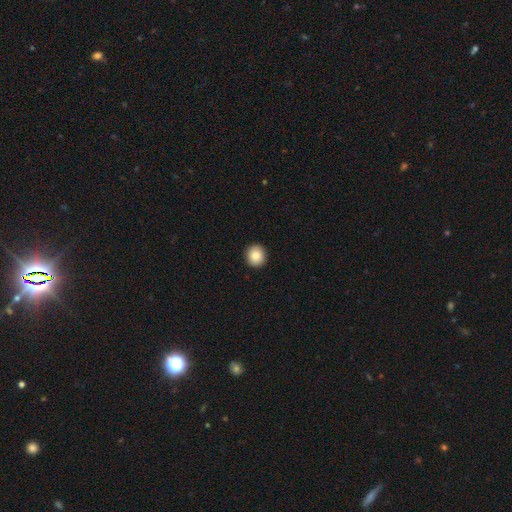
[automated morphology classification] type=smooth (86%); roundness=round (87%); merging=none (93%).